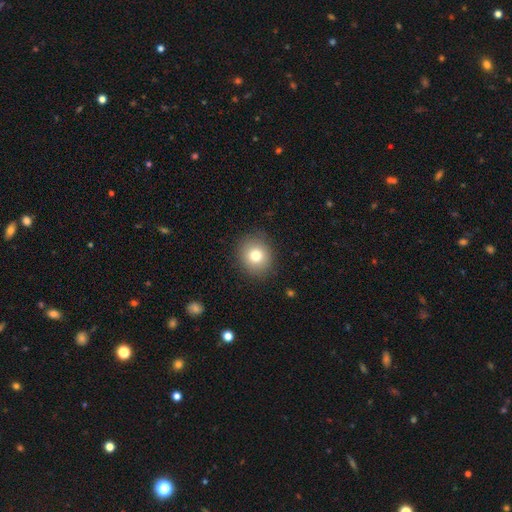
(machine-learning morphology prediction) A smooth galaxy with no disk features (78%) that is round (83%). Merging: none (88%).